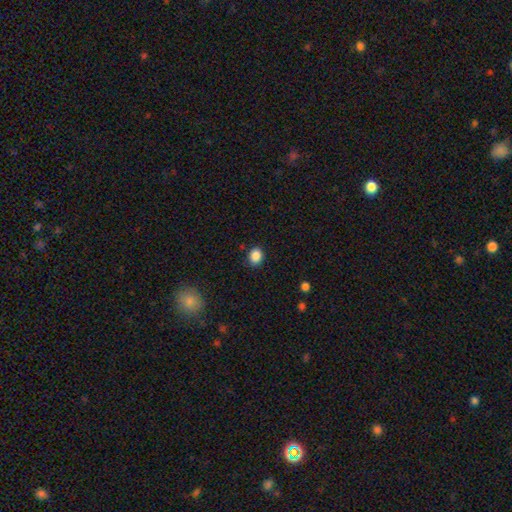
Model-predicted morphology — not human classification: Smooth or featured: smooth — 87% (star or artifact — 9%)
How rounded: round — 51% (in between — 48%)
Merging: none — 86% (minor disturbance — 10%)